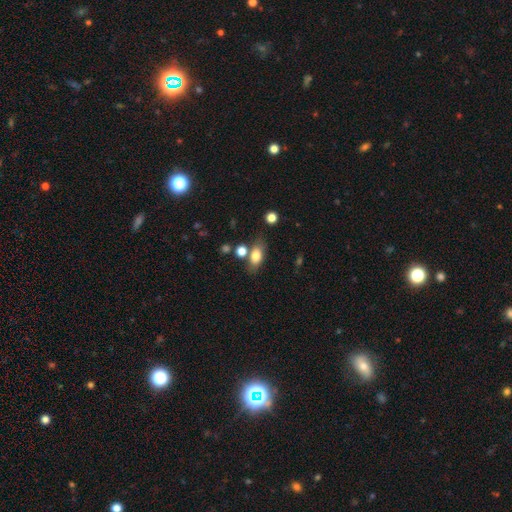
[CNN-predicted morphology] Smooth or featured?
  - smooth: 79% *
  - featured or disk: 12%
  - star or artifact: 9%
How rounded?
  - in between: 82% *
  - round: 11%
  - cigar-shaped: 7%
Merging?
  - none: 67% *
  - minor disturbance: 15%
  - merger: 13%
  - major disturbance: 5%